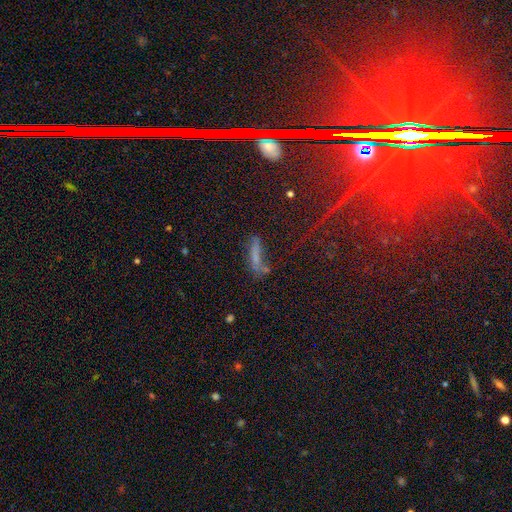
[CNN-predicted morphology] The model was most divided on "merging": none: 44%, minor disturbance: 24%, major disturbance: 19%, merger: 13%. More confident: how rounded — cigar-shaped (72%); smooth or featured — smooth (51%).